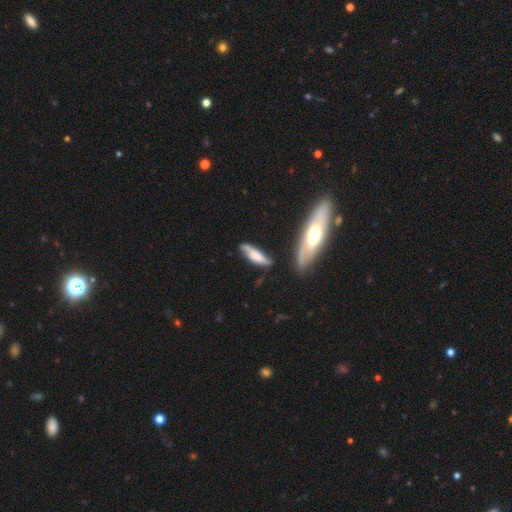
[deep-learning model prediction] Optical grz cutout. It shows a featured or disk galaxy (50%). Merging: none (65%).